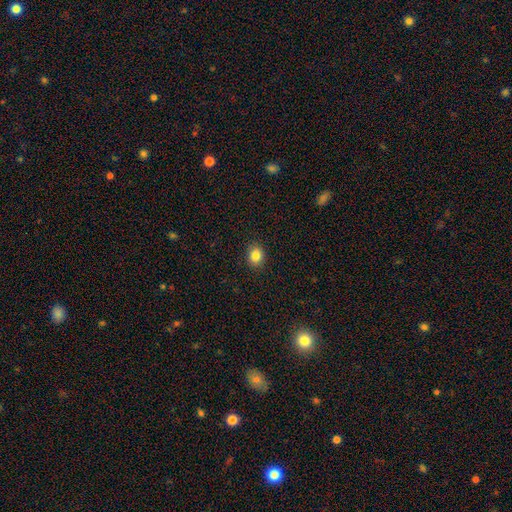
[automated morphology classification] type=smooth (85%); roundness=round (58%); merging=none (90%).